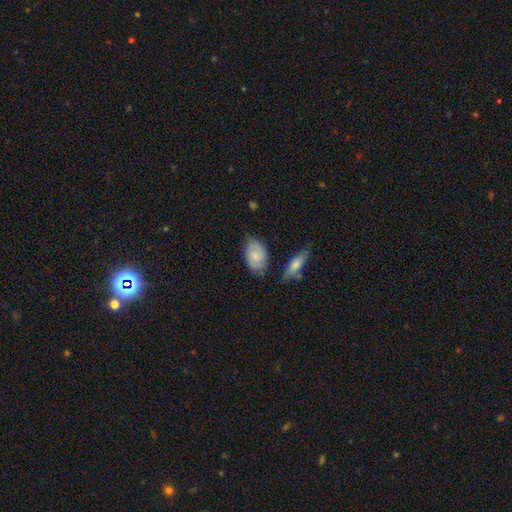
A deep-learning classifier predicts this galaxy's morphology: type=smooth (56%); roundness=in between (89%); merging=none (68%).